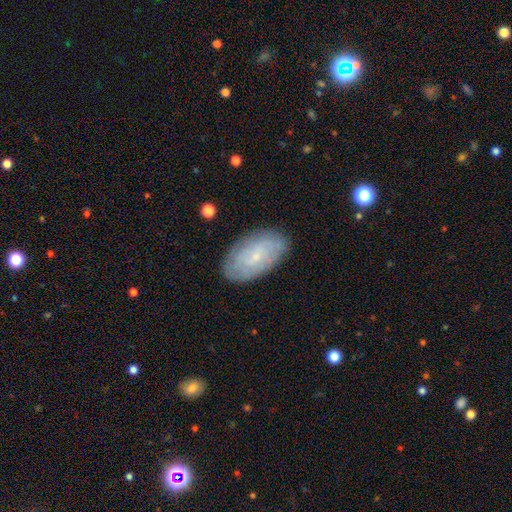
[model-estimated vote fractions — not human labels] Smooth or featured? Predicted: smooth (p=0.49). Merging? Predicted: none (p=0.83).